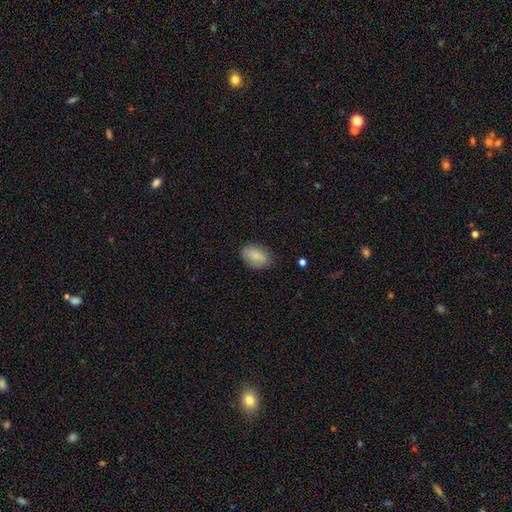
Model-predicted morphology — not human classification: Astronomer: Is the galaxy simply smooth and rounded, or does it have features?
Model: smooth — 86%.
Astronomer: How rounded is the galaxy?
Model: in between — 89%.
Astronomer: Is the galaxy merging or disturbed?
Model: none — 81%.